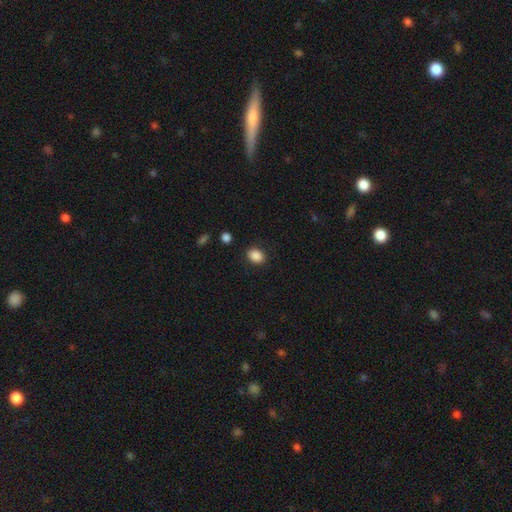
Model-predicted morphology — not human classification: Smooth or featured? smooth (88%)
How rounded? in between (64%)
Merging? none (86%)